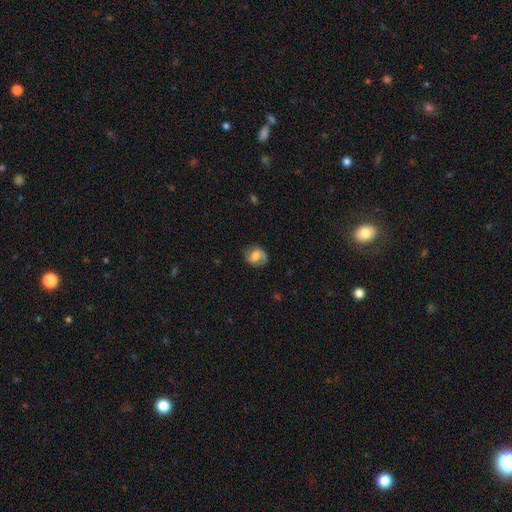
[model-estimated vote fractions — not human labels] featured or disk 59%, smooth 33%, star or artifact 8%. Down the decision tree: edge-on disk — no (97%); bar — weak (44%); spiral arms — yes (89%); spiral arm count — 2 (76%); spiral winding — medium (45%); bulge size — moderate (47%); merging — none (72%).